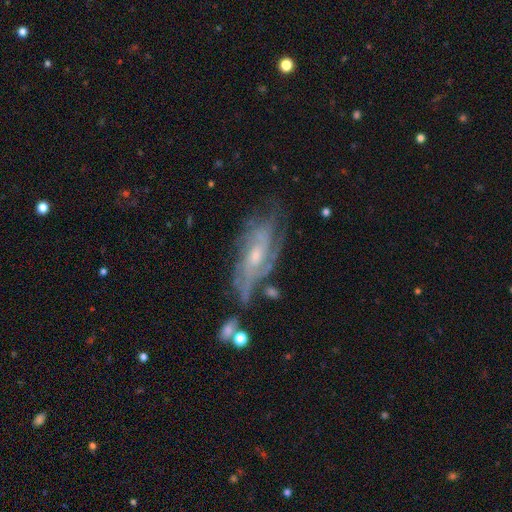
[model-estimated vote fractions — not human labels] The model was most divided on "spiral winding": tight: 52%, medium: 37%, loose: 11%. Remaining: spiral arms — yes (93%); edge-on disk — no (90%); smooth or featured — featured or disk (83%); bar — no (60%); merging — none (56%); bulge size — small (55%); spiral arm count — can't tell (39%).